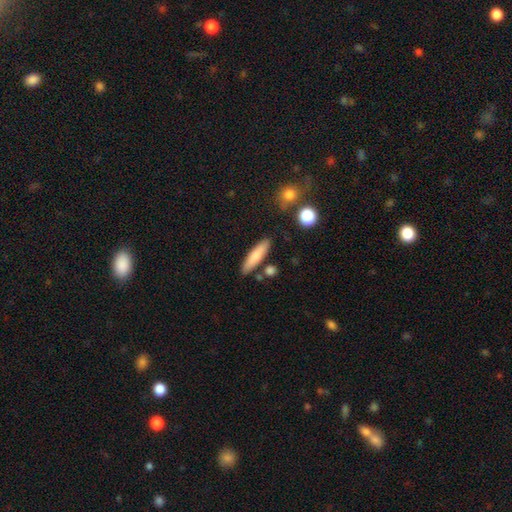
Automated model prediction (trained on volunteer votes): smooth 78%, featured or disk 16%, star or artifact 6%. Down the decision tree: how rounded — cigar-shaped (74%); merging — none (83%).